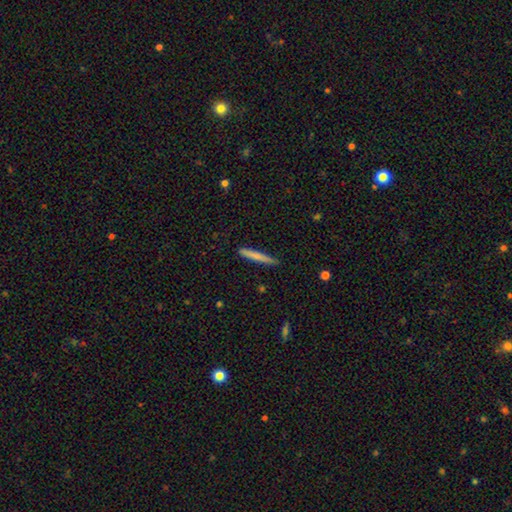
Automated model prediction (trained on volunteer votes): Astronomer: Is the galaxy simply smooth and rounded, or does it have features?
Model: smooth — 74%.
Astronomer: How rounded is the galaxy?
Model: cigar-shaped — 95%.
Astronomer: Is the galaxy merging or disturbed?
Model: none — 85%.